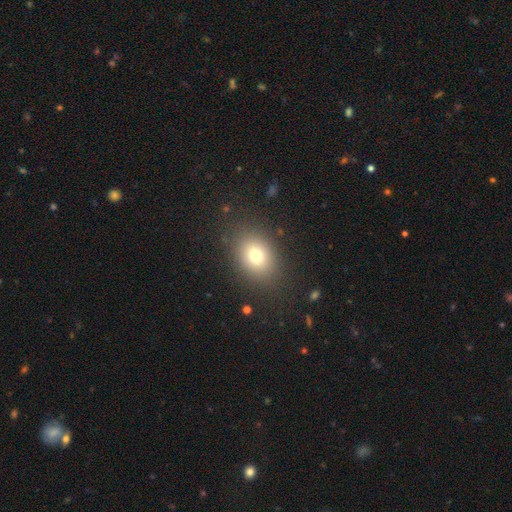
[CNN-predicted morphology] A smooth galaxy with no disk features (74%) that is in between round and cigar-shaped (55%). Merging: none (85%).